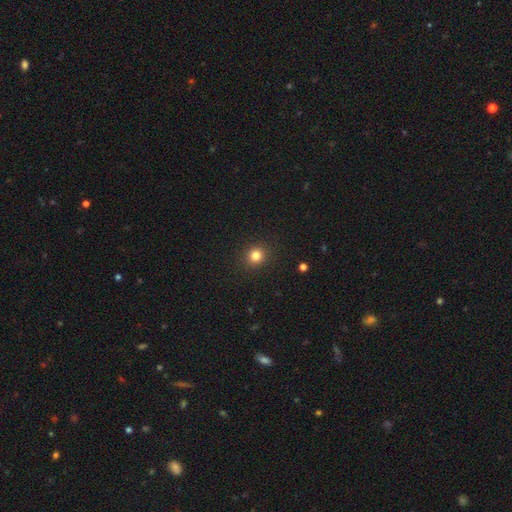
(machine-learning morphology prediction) This appears to be a smooth galaxy with no disk features (82%) that is round (91%). Merging: none (92%).